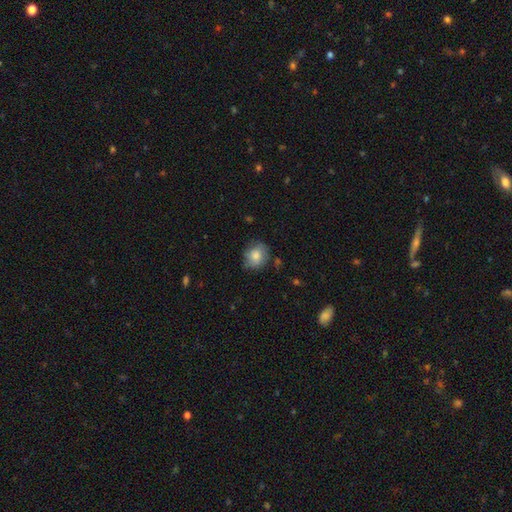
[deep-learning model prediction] Smooth or featured: smooth — 77% (featured or disk — 15%)
How rounded: round — 67% (in between — 32%)
Merging: none — 71% (minor disturbance — 22%)